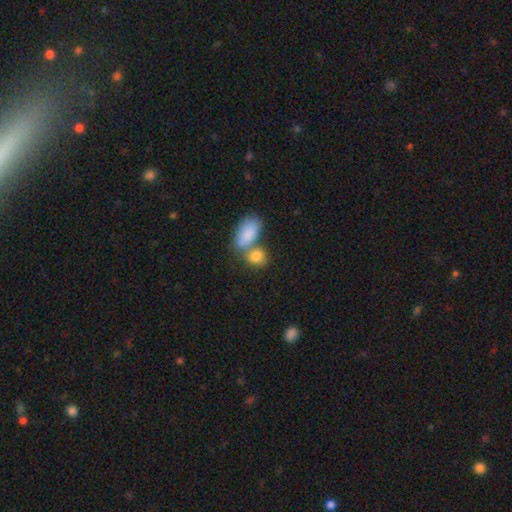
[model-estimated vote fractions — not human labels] smooth-or-featured: smooth: 84% | featured or disk: 8% | star or artifact: 8%
  how-rounded: in between: 63% | round: 34% | cigar-shaped: 3%
  merging: none: 44% | merger: 41% | minor disturbance: 11% | major disturbance: 4%